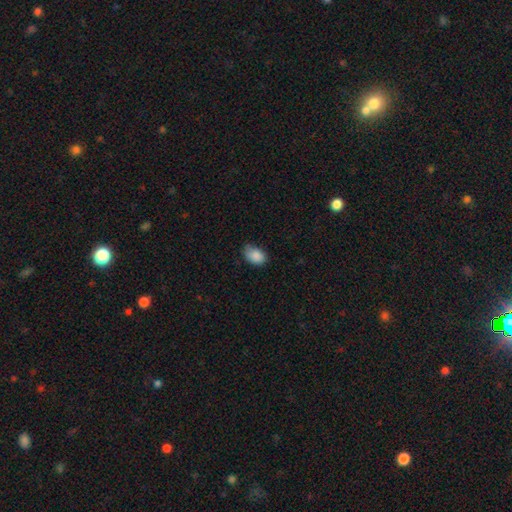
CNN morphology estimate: smooth_or_featured: smooth (p=0.87) [alt: star or artifact p=0.08]
how_rounded: in between (p=0.82) [alt: round p=0.16]
merging: none (p=0.59) [alt: minor disturbance p=0.34]